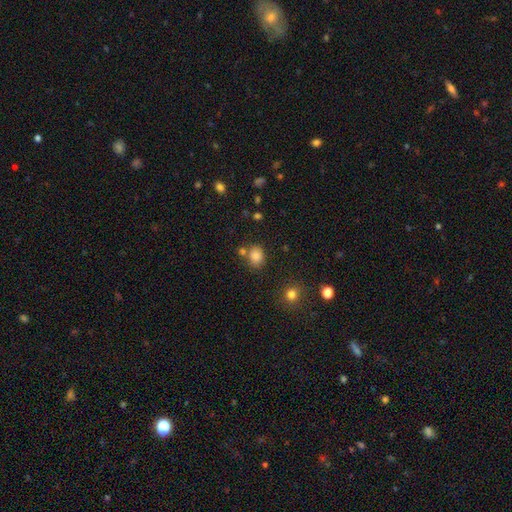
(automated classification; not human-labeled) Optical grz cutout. It shows a smooth galaxy with no disk features (83%) that is round (52%). Merging: none (67%).